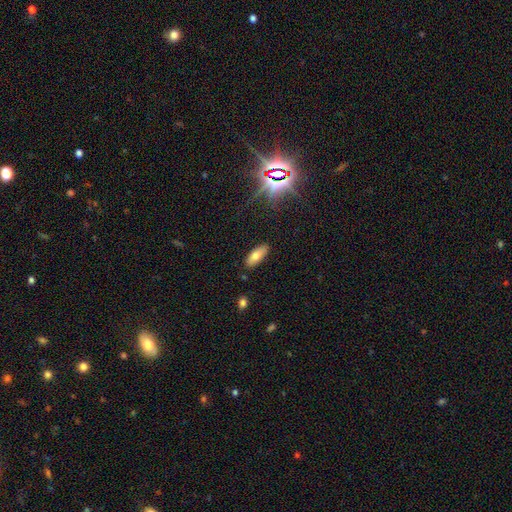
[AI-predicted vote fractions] A smooth galaxy with no disk features (73%) that is in between round and cigar-shaped (77%).

Vote fractions:
- Smooth or featured? smooth: 73% / featured or disk: 17% / star or artifact: 10%
- How rounded? in between: 77% / cigar-shaped: 21% / round: 2%
- Merging? none: 86% / minor disturbance: 11% / major disturbance: 2% / merger: 2%